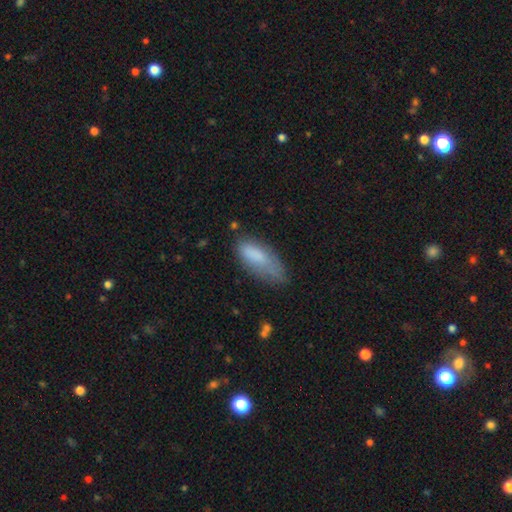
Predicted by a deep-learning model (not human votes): Morphology: type=smooth (80%); roundness=in between (73%); merging=none (44%).